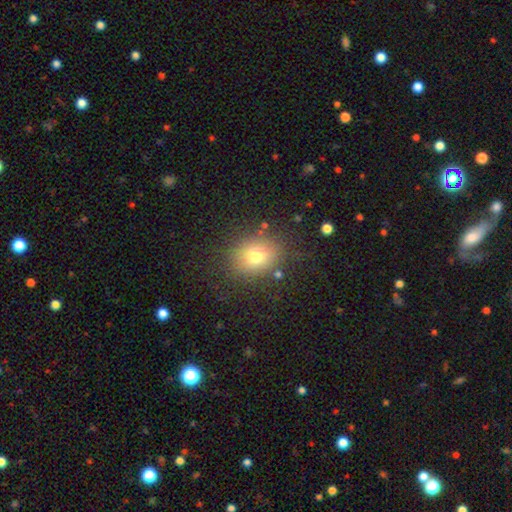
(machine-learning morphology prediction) Overall: smooth (73%). How rounded: round (61%; in between 38%). Merging: none (80%).